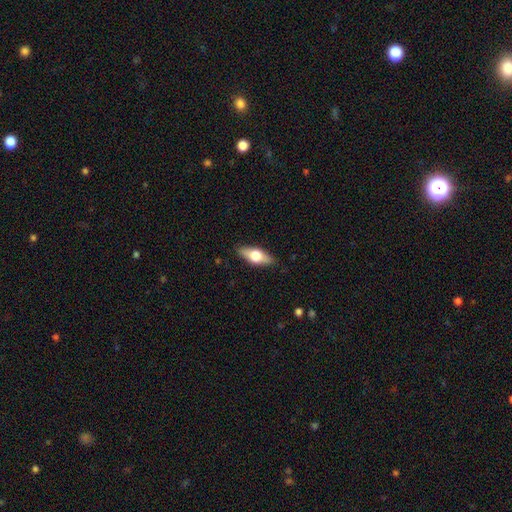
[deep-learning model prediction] Smooth or featured: smooth — 48% (featured or disk — 46%)
Merging: none — 87% (minor disturbance — 10%)